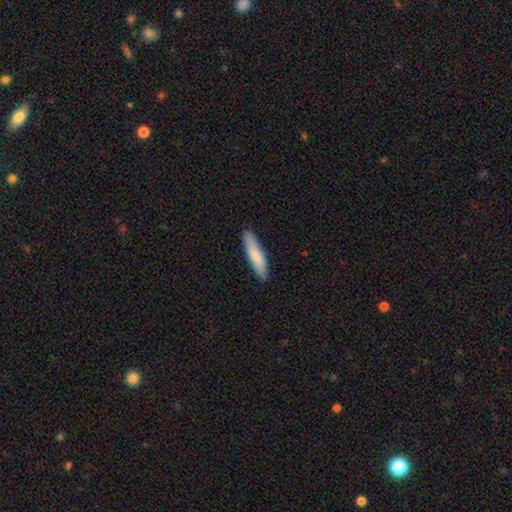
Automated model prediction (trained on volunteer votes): This is clearly a smooth galaxy (83%). How rounded: clearly cigar-shaped (81%). Merging: clearly none (89%).